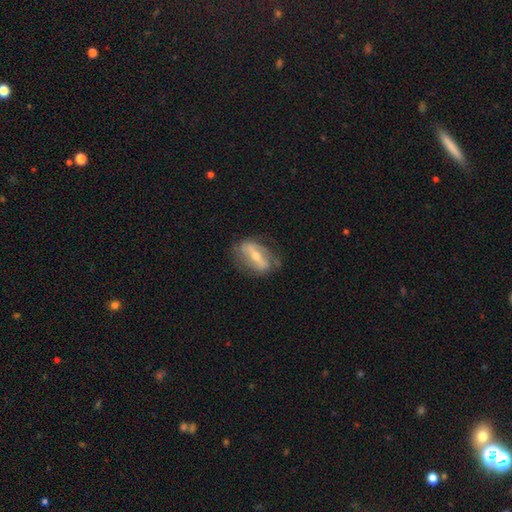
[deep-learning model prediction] This appears to be a featured or disk galaxy (72%) with a strong bar (65%), spiral arms (59%) and a small central bulge (49%). Merging: none (68%).